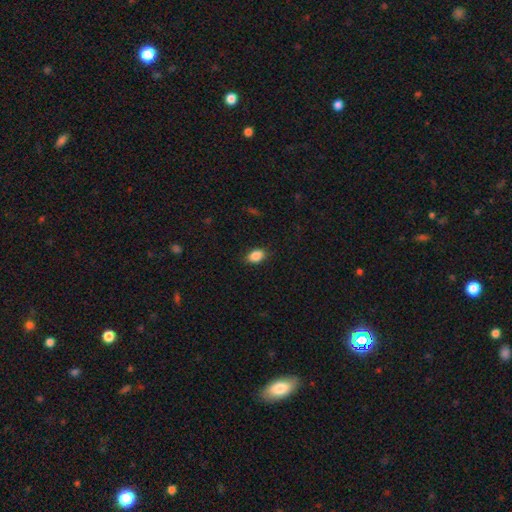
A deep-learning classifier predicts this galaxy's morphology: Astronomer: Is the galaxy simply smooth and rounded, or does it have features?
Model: smooth — 87%.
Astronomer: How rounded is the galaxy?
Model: in between — 81%.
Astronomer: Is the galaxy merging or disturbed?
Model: none — 84%.